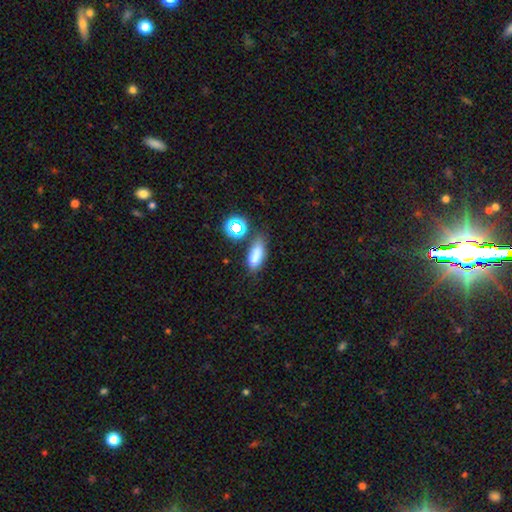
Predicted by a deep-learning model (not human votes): This appears to be a smooth galaxy with no disk features (75%) that is in between round and cigar-shaped (66%). Merging: none (62%).